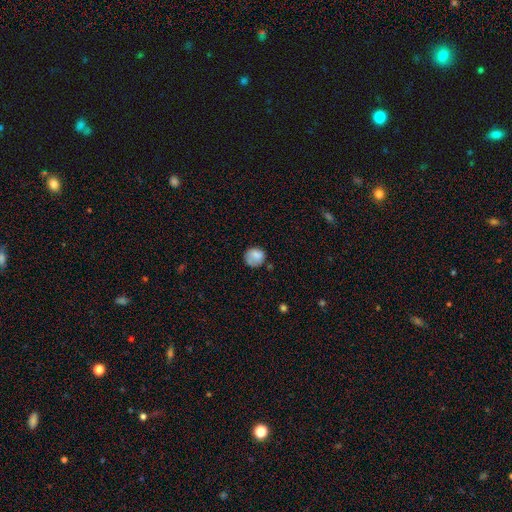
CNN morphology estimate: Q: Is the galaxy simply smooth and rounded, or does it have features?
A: smooth — 79%.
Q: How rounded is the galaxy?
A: round — 80%.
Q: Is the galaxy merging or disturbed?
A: none — 64%.